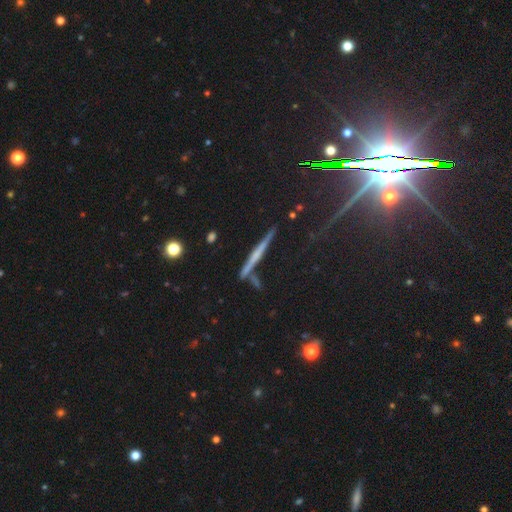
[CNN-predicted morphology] type=featured or disk (58%); edge-on=yes (97%); edge-on bulge=none (55%); merging=none (81%).